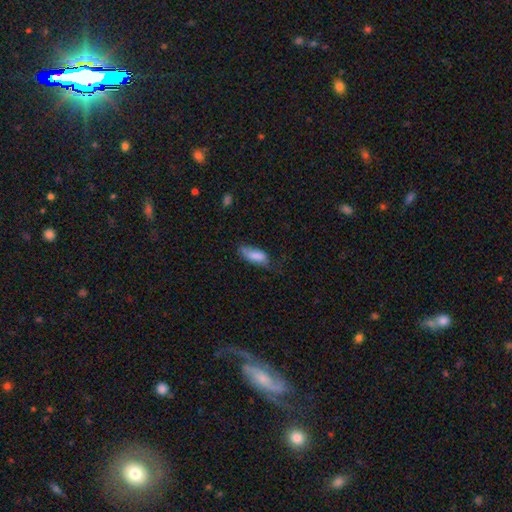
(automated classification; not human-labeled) smooth 82%, featured or disk 12%, star or artifact 7%. Down the decision tree: how rounded — in between (74%); merging — none (47%).